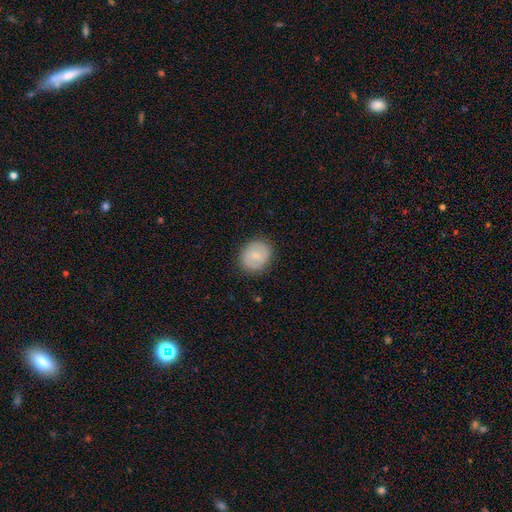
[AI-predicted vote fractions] Morphology: type=smooth (60%); roundness=round (74%); merging=none (86%).